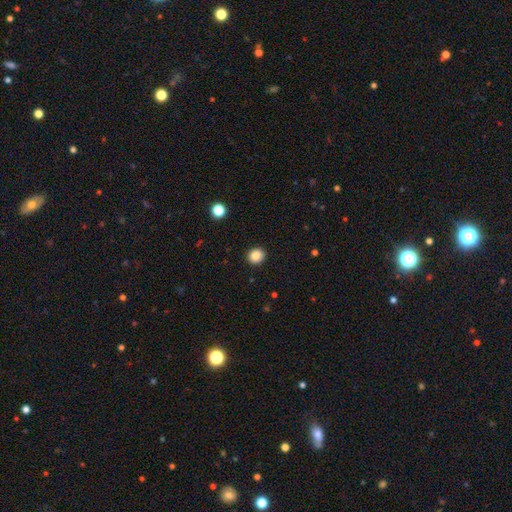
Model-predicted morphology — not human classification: This is clearly a smooth galaxy (86%). How rounded: clearly round (84%). Merging: clearly none (92%).